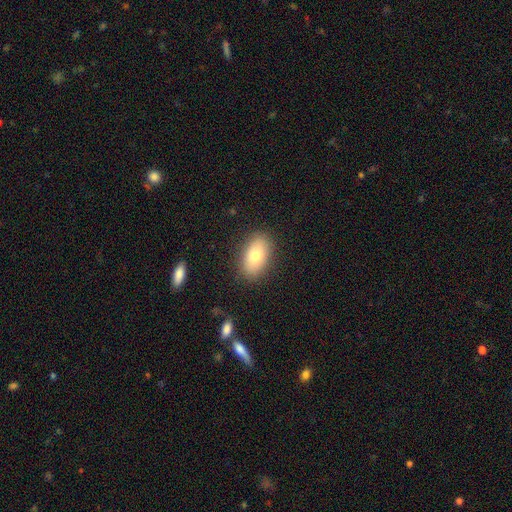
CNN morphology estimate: Smooth or featured?
  - smooth: 76% *
  - featured or disk: 17%
  - star or artifact: 8%
How rounded?
  - in between: 91% *
  - round: 7%
  - cigar-shaped: 2%
Merging?
  - none: 86% *
  - minor disturbance: 10%
  - major disturbance: 3%
  - merger: 1%